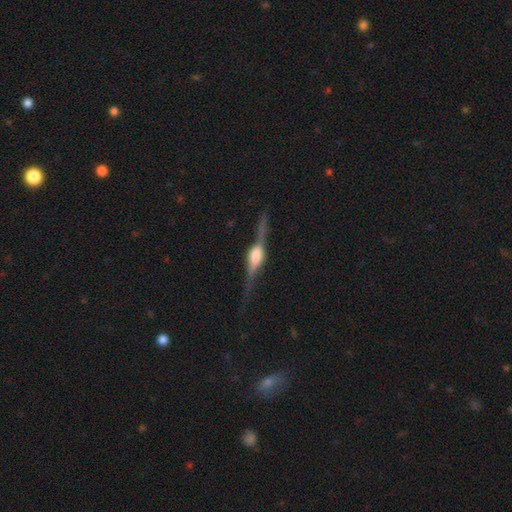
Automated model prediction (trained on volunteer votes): featured or disk 85%, smooth 9%, star or artifact 6%. Down the decision tree: edge-on disk — yes (97%); edge-on bulge — rounded (80%); merging — none (83%).